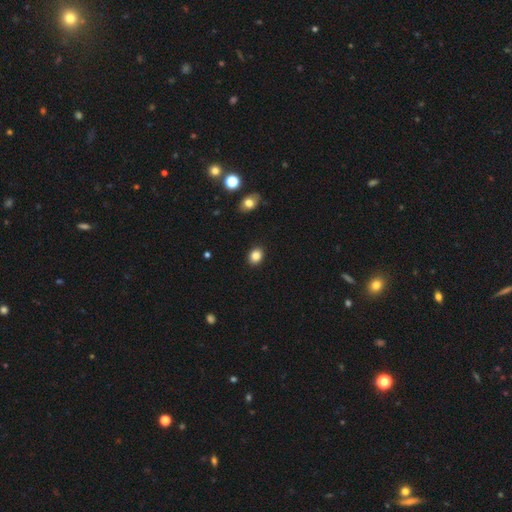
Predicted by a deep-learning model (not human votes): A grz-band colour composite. It shows a smooth galaxy with no disk features (86%) that is in between round and cigar-shaped (54%). Merging: none (90%).